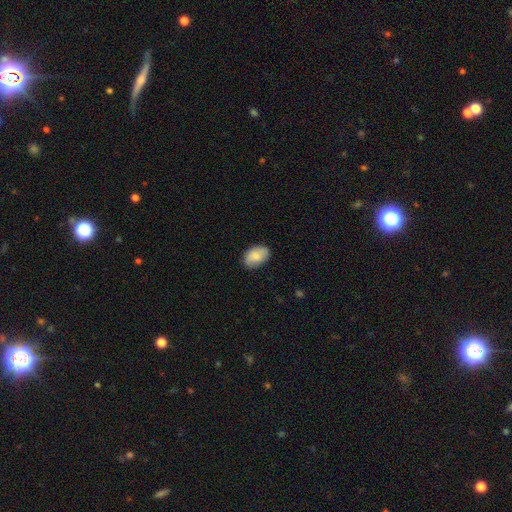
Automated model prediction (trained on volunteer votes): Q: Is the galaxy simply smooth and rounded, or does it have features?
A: smooth — 83%.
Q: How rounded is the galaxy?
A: in between — 88%.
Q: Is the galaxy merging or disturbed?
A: none — 82%.